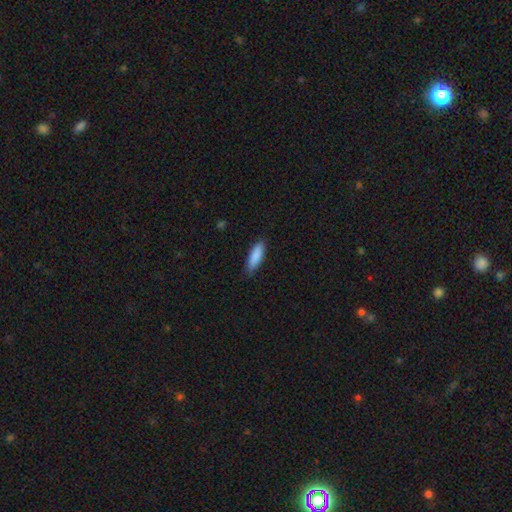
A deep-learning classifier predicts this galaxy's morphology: This is clearly a smooth galaxy (88%). How rounded: possibly cigar-shaped (50%). Merging: clearly none (83%).